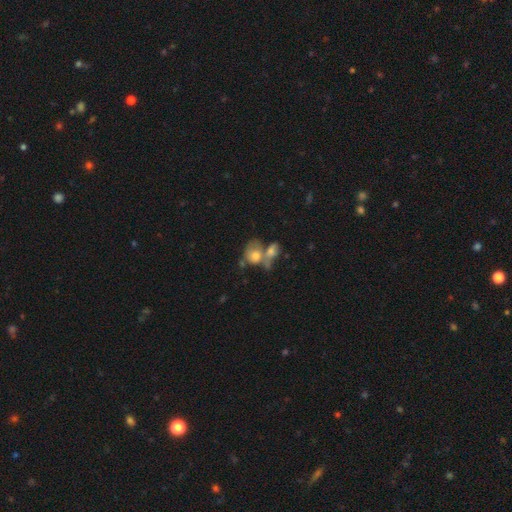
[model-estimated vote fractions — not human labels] smooth-or-featured: smooth: 62% | featured or disk: 28% | star or artifact: 11%
  how-rounded: in between: 52% | round: 46% | cigar-shaped: 2%
  merging: merger: 58% | none: 22% | minor disturbance: 11% | major disturbance: 9%